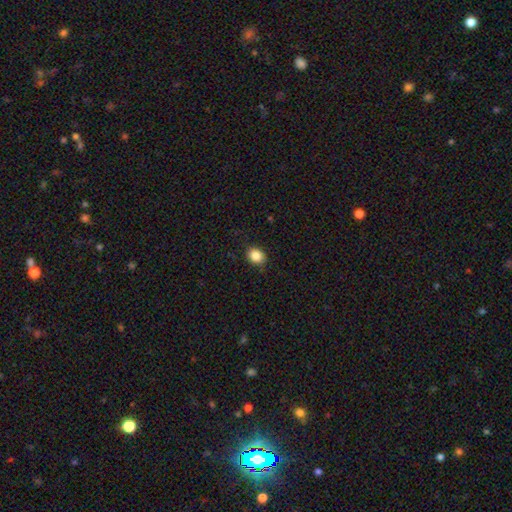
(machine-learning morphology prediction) Smooth or featured? smooth (86%)
How rounded? round (54%)
Merging? none (86%)